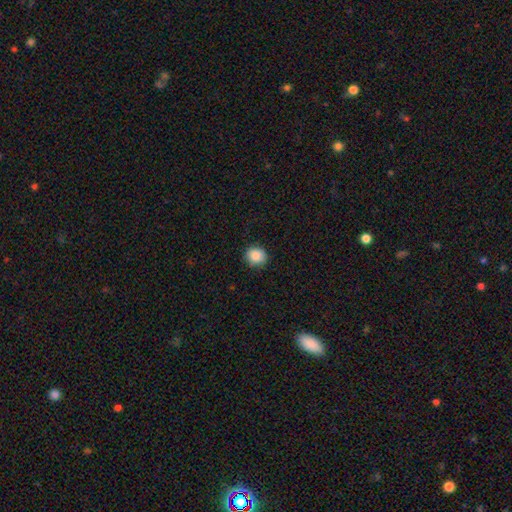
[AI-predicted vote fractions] This appears to be a smooth galaxy with no disk features (87%) that is round (82%). Merging: none (85%).